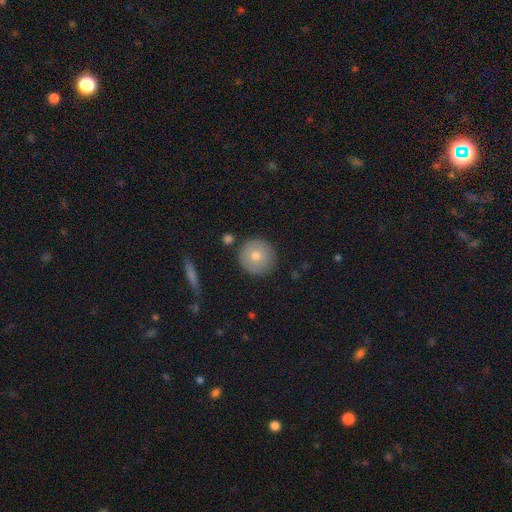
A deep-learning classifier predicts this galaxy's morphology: A smooth galaxy with no disk features (72%) that is round (95%).

Vote fractions:
- Smooth or featured? smooth: 72% / featured or disk: 19% / star or artifact: 8%
- How rounded? round: 95% / in between: 3% / cigar-shaped: 1%
- Merging? none: 89% / minor disturbance: 7% / merger: 2% / major disturbance: 2%